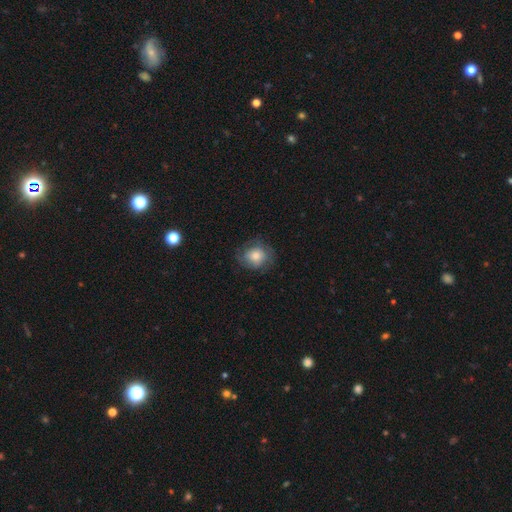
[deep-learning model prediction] Smooth or featured: smooth — 62% (featured or disk — 30%)
How rounded: round — 75% (in between — 24%)
Merging: none — 71% (minor disturbance — 19%)